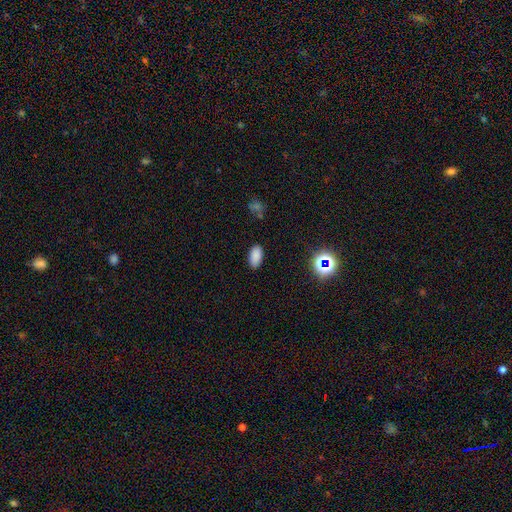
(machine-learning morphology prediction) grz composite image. It shows a smooth galaxy with no disk features (83%) that is in between round and cigar-shaped (93%). Merging: none (85%).